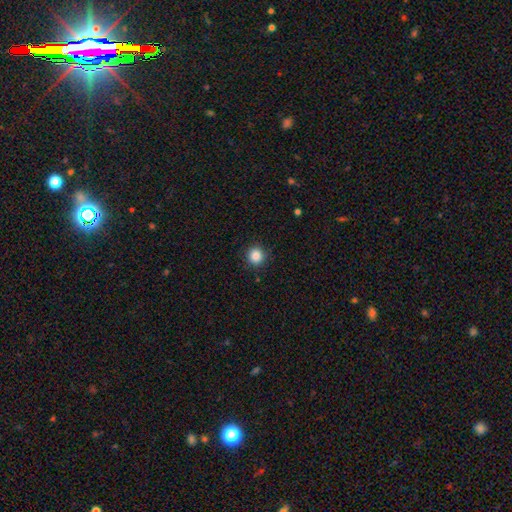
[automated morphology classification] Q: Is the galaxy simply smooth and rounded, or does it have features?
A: smooth — 85%.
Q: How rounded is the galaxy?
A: round — 93%.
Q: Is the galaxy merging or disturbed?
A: none — 89%.